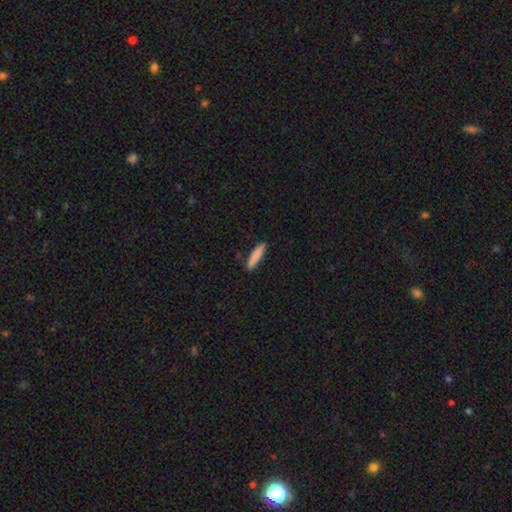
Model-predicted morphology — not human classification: A smooth galaxy with no disk features (84%) that is cigar-shaped (86%). Merging: none (87%).